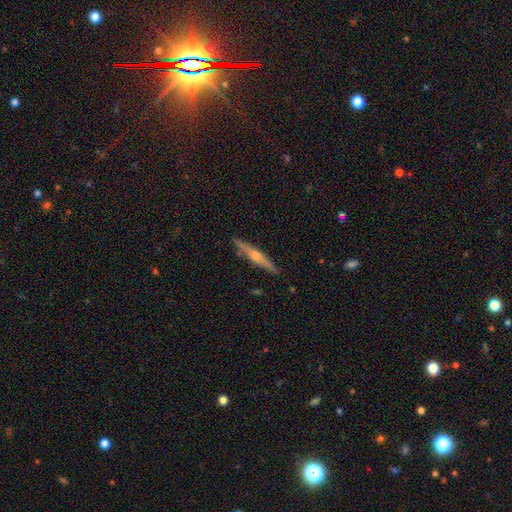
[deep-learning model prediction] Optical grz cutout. It shows a featured or disk galaxy (68%) viewed edge-on (97%) with a rounded central bulge (81%). Merging: none (88%).